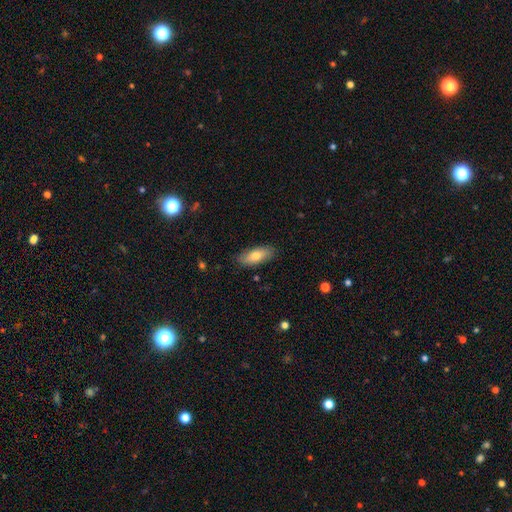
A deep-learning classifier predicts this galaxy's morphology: Overall: smooth (74%). How rounded: in between (75%). Merging: none (85%).